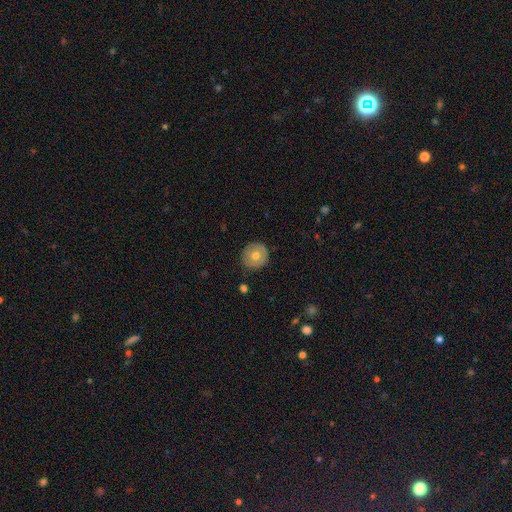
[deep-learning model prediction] smooth_or_featured: smooth (p=0.62) [alt: featured or disk p=0.31]
how_rounded: round (p=0.93) [alt: in between p=0.06]
merging: none (p=0.88) [alt: minor disturbance p=0.09]